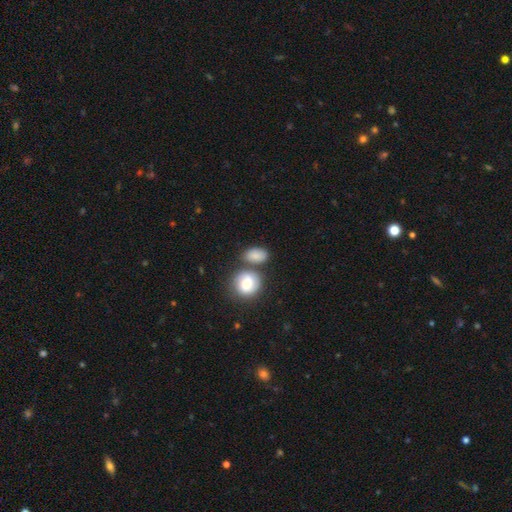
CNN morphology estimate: This is clearly a smooth galaxy (82%). How rounded: likely in between (74%). Merging: possibly none (51%).